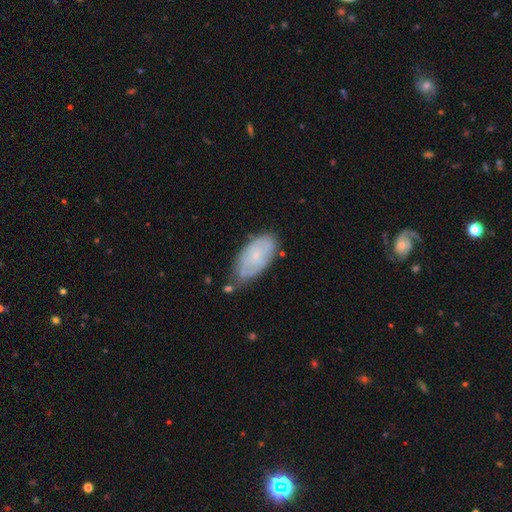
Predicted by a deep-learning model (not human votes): Smooth or featured? smooth (53%)
How rounded? in between (92%)
Merging? none (54%)